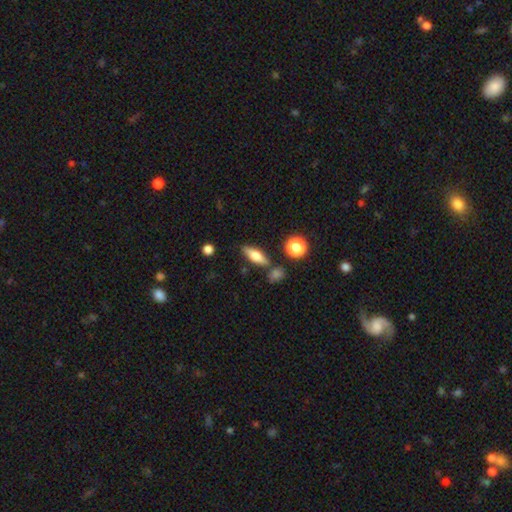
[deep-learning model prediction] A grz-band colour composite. It shows a smooth galaxy with no disk features (58%) that is in between round and cigar-shaped (55%). Merging: none (78%).